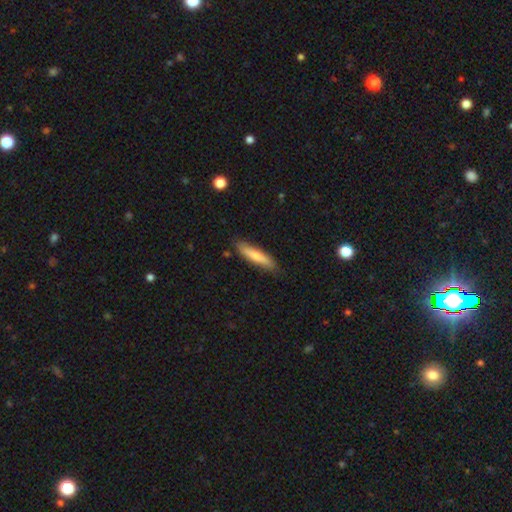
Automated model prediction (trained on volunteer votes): Morphology: type=smooth (69%); roundness=cigar-shaped (82%); merging=none (82%).